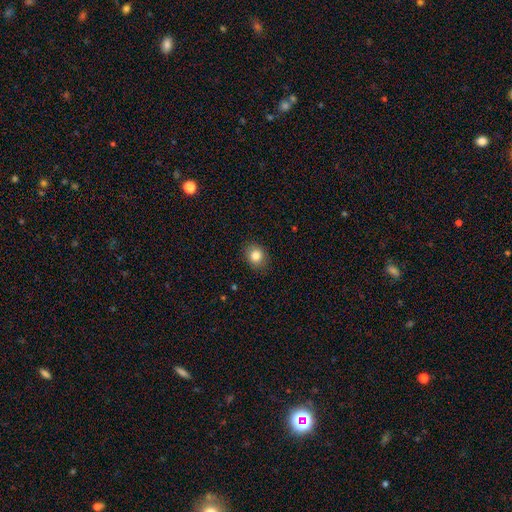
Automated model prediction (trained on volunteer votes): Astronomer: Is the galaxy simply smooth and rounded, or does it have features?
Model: smooth — 83%.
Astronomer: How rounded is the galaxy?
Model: round — 63%.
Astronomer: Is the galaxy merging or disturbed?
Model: none — 88%.